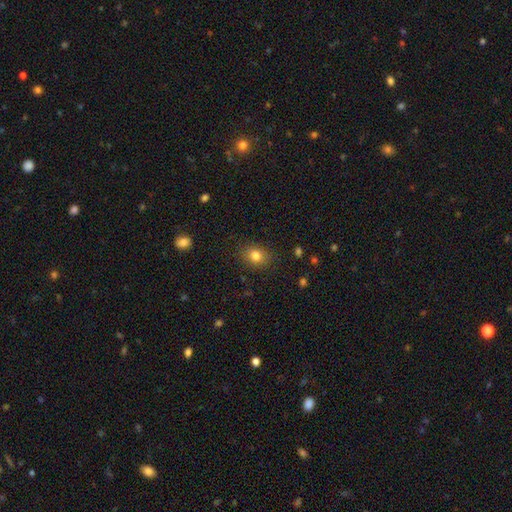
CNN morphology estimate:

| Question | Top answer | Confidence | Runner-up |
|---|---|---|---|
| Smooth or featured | smooth | 81% | star or artifact (12%) |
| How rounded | round | 50% | in between (49%) |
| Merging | none | 86% | minor disturbance (10%) |